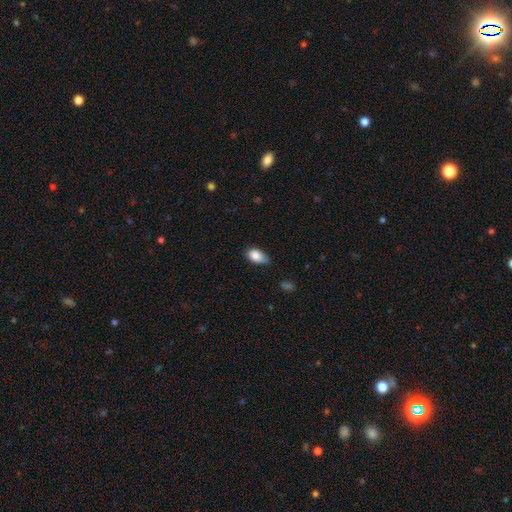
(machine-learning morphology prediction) Smooth or featured? smooth (85%)
How rounded? in between (87%)
Merging? none (50%)